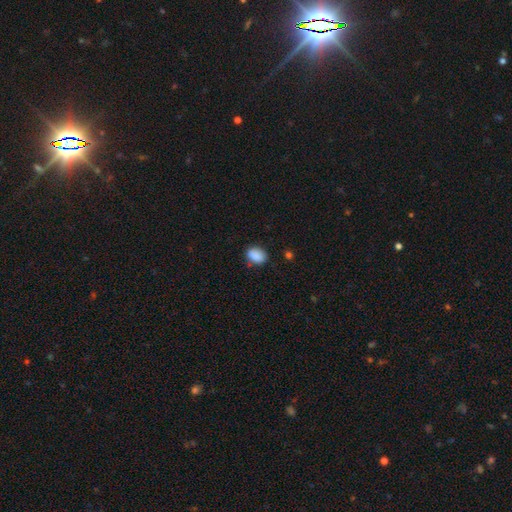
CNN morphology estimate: The model was most divided on "how rounded": in between: 75%, round: 24%, cigar-shaped: 1%. More confident: smooth or featured — smooth (88%); merging — none (75%).